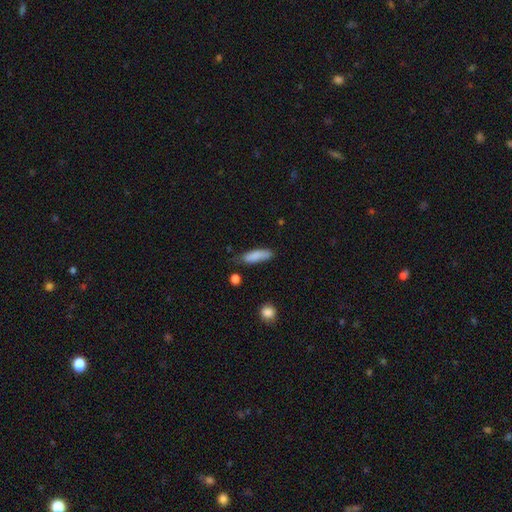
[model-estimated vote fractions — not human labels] Smooth or featured? smooth (84%)
How rounded? cigar-shaped (55%)
Merging? none (63%)